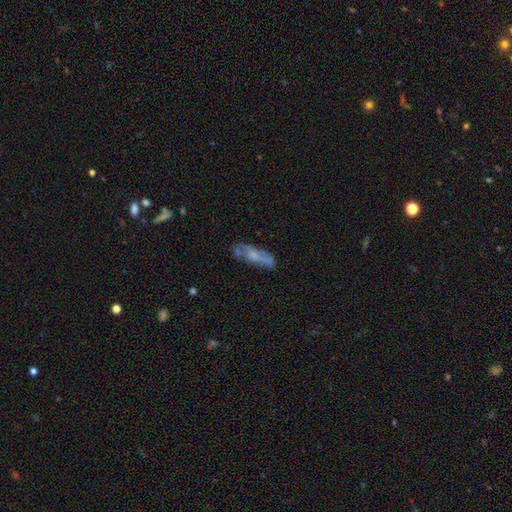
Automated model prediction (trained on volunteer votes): A featured or disk galaxy (49%). Merging: none (53%).